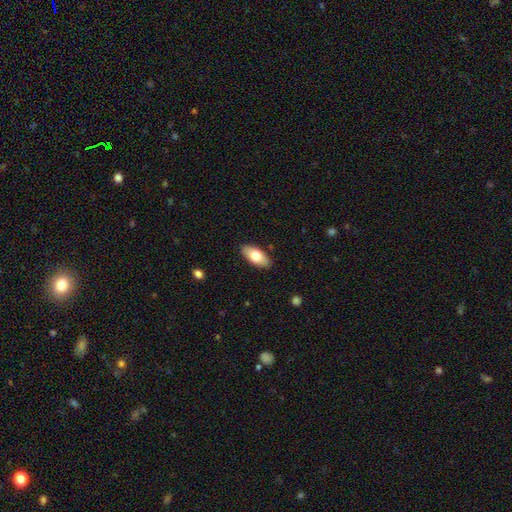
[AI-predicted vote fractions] A smooth galaxy with no disk features (74%) that is in between round and cigar-shaped (91%). Merging: none (88%).